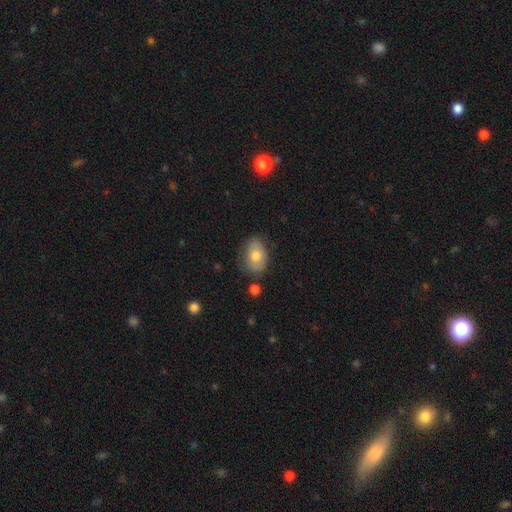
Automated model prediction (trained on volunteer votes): Overall: smooth (68%). How rounded: in between (81%). Merging: none (66%).